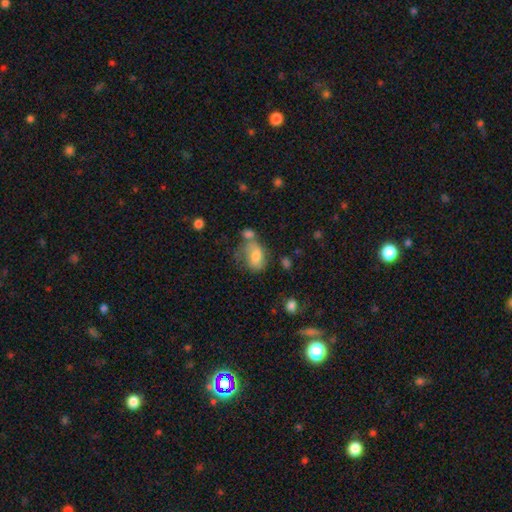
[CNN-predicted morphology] This is likely a smooth galaxy (66%). How rounded: likely in between (75%). Merging: marginally none (34%).